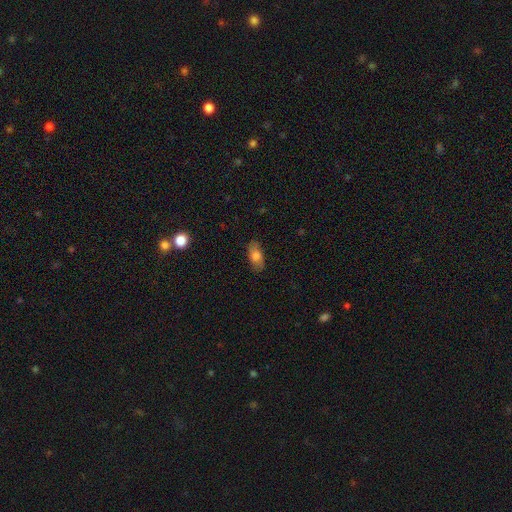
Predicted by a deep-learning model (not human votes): smooth-or-featured: smooth: 75% | featured or disk: 17% | star or artifact: 8%
  how-rounded: in between: 88% | cigar-shaped: 7% | round: 5%
  merging: none: 82% | minor disturbance: 14% | major disturbance: 3% | merger: 1%